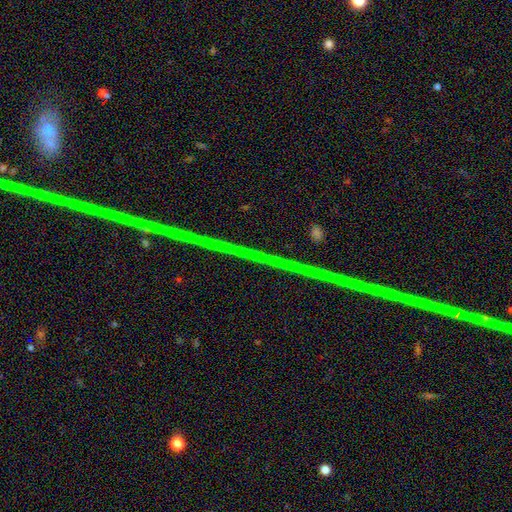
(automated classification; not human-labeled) smooth_or_featured: star or artifact (p=0.77) [alt: featured or disk p=0.15]